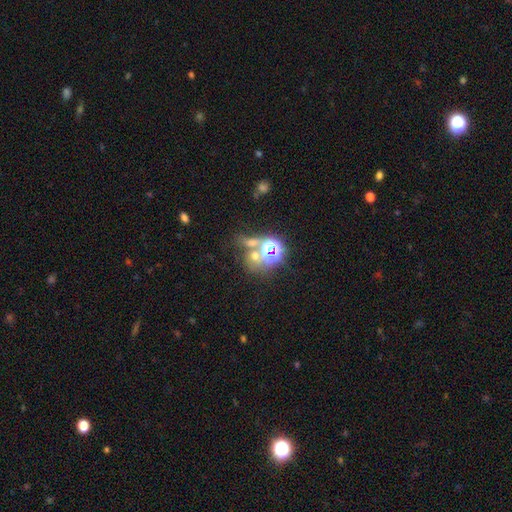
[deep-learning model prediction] A star or artifact, not a galaxy (45%).